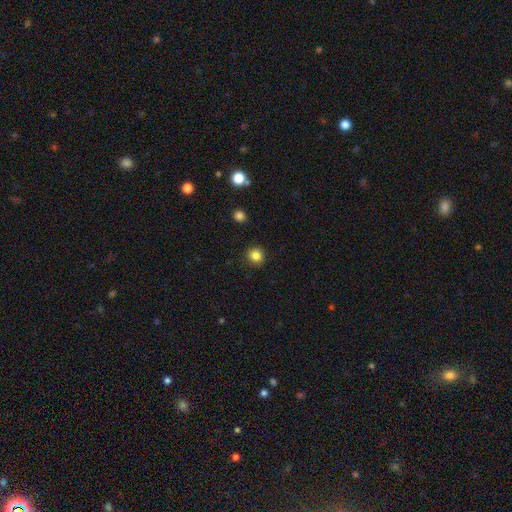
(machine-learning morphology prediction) smooth 85%, star or artifact 11%, featured or disk 4%. Down the decision tree: how rounded — round (91%); merging — none (91%).